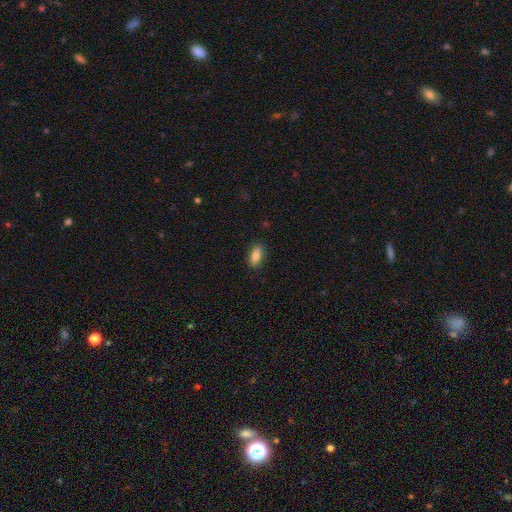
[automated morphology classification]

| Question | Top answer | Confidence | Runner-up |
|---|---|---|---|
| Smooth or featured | smooth | 84% | featured or disk (9%) |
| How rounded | in between | 82% | cigar-shaped (15%) |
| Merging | none | 85% | minor disturbance (11%) |